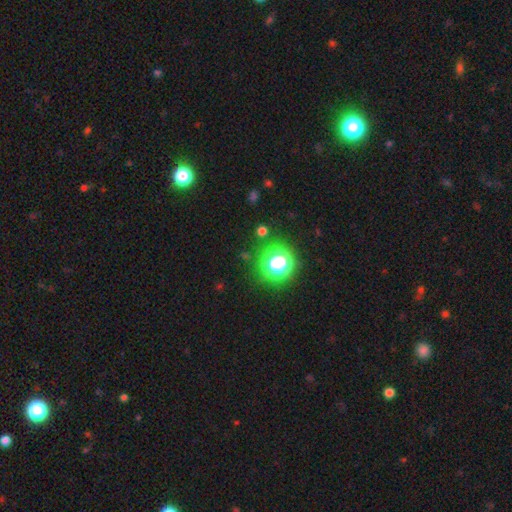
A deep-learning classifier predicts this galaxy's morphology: smooth-or-featured: star or artifact: 75% | smooth: 19% | featured or disk: 6%